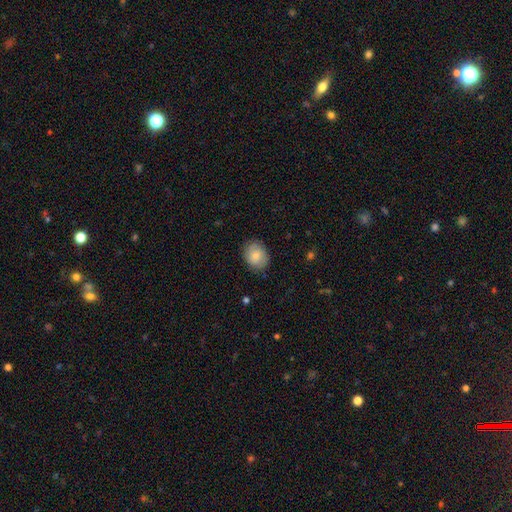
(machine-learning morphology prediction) smooth_or_featured: smooth (p=0.79) [alt: featured or disk p=0.15]
how_rounded: in between (p=0.51) [alt: round p=0.48]
merging: none (p=0.82) [alt: minor disturbance p=0.14]